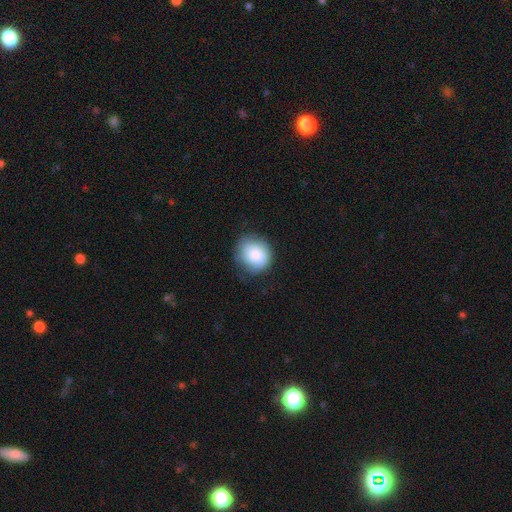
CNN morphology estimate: A smooth galaxy with no disk features (79%) that is round (78%). Merging: none (70%).